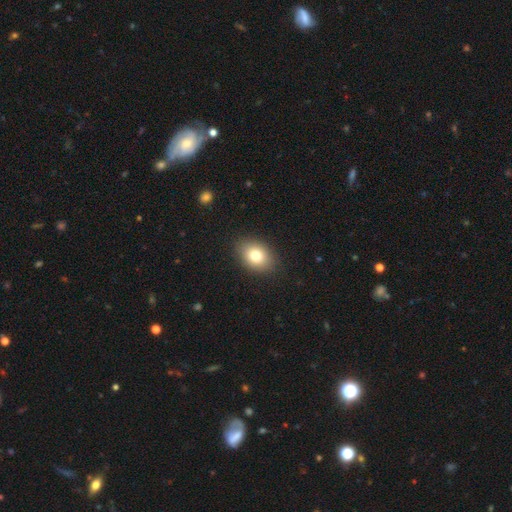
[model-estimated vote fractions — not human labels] Smooth or featured? Predicted: smooth (p=0.79). How rounded? Predicted: in between (p=0.70). Merging? Predicted: none (p=0.88).